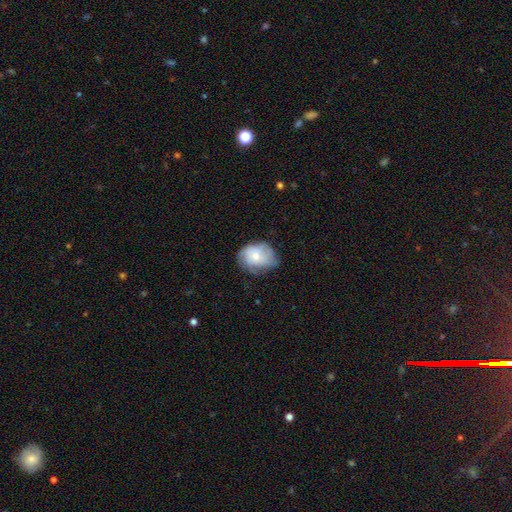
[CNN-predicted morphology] Smooth or featured?
  - smooth: 50% *
  - featured or disk: 41%
  - star or artifact: 8%
How rounded?
  - in between: 60% *
  - round: 39%
  - cigar-shaped: 1%
Merging?
  - none: 56% *
  - minor disturbance: 31%
  - major disturbance: 11%
  - merger: 1%